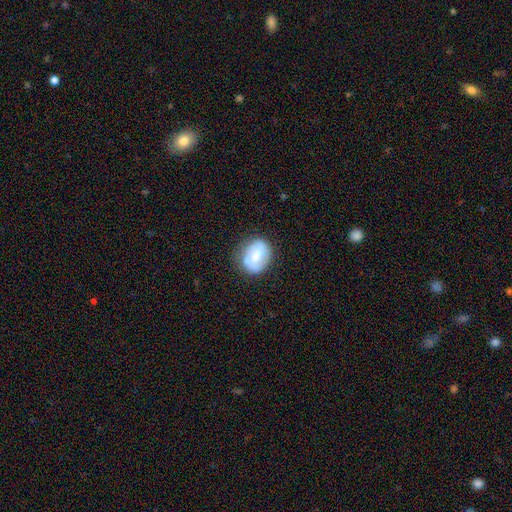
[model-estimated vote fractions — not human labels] This appears to be a smooth galaxy with no disk features (55%) that is round (51%). Merging: none (72%).